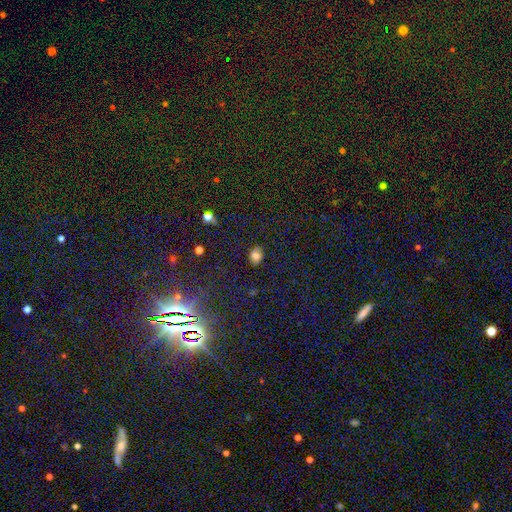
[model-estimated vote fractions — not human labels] Q: Smooth or featured?
A: smooth (77%); runner-up: star or artifact (14%)
Q: How rounded?
A: in between (60%); runner-up: round (39%)
Q: Merging?
A: none (84%); runner-up: minor disturbance (12%)